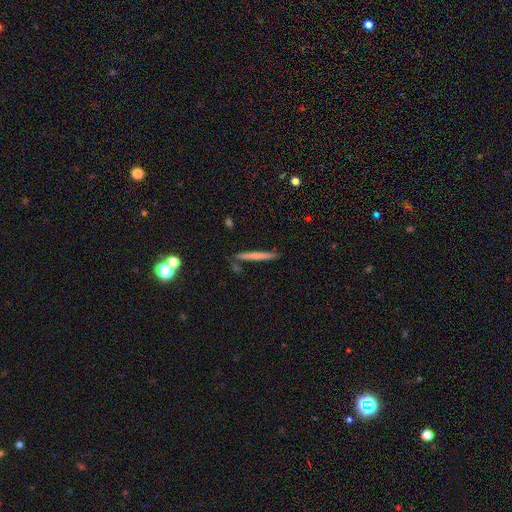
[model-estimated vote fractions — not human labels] Smooth or featured?
  - smooth: 62% *
  - featured or disk: 31%
  - star or artifact: 7%
How rounded?
  - cigar-shaped: 96% *
  - in between: 2%
  - round: 1%
Merging?
  - none: 85% *
  - minor disturbance: 10%
  - merger: 3%
  - major disturbance: 2%